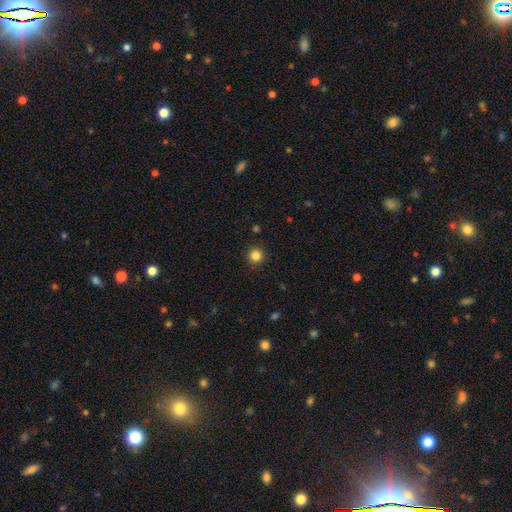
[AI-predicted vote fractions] smooth-or-featured: smooth: 85% | star or artifact: 12% | featured or disk: 4%
  how-rounded: round: 95% | in between: 4% | cigar-shaped: 1%
  merging: none: 92% | minor disturbance: 5% | major disturbance: 2% | merger: 1%